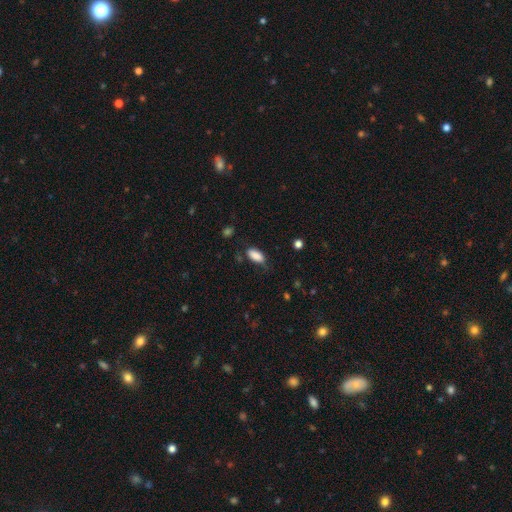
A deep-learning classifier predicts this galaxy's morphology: Overall: smooth (87%). How rounded: in between (89%). Merging: none (68%).